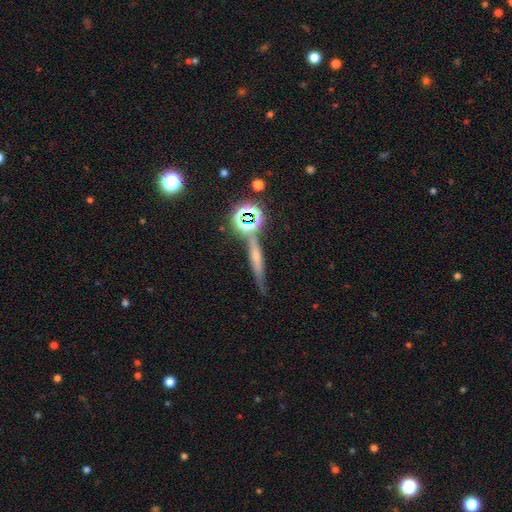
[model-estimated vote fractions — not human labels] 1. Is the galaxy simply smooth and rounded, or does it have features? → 38% featured or disk (tied), 38% smooth (tied), 25% star or artifact.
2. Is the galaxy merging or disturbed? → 71% none, 14% minor disturbance, 10% merger, 5% major disturbance.